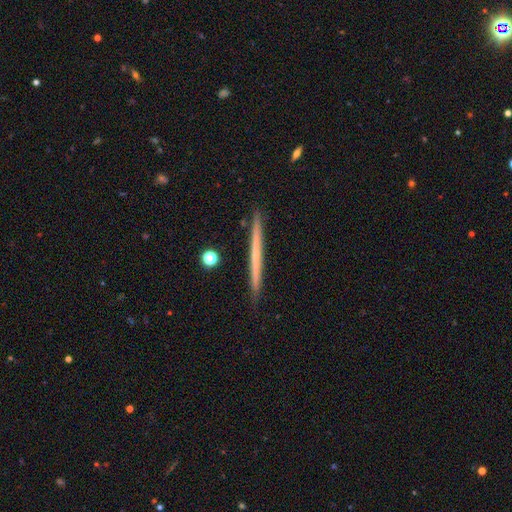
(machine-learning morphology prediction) featured or disk 51%, smooth 43%, star or artifact 6%. Down the decision tree: edge-on disk — yes (97%); merging — none (91%).